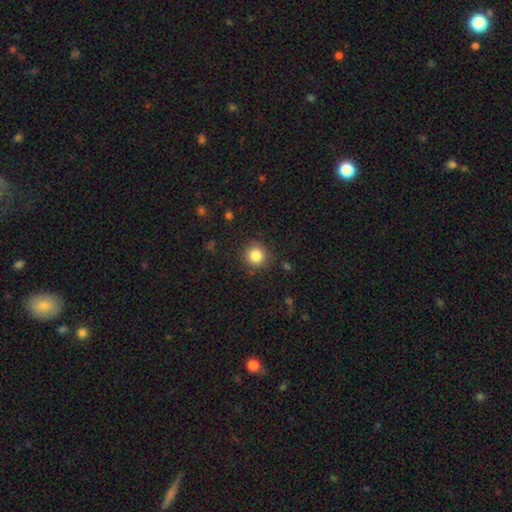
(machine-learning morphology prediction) Smooth or featured? Predicted: smooth (p=0.85). How rounded? Predicted: round (p=0.92). Merging? Predicted: none (p=0.86).